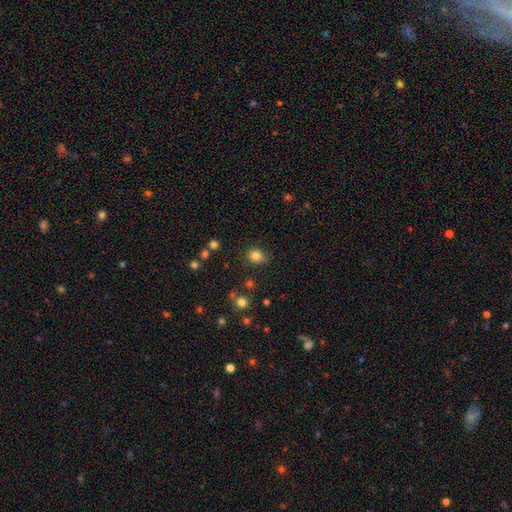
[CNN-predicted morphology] Smooth or featured?
  - smooth: 83% *
  - star or artifact: 11%
  - featured or disk: 6%
How rounded?
  - in between: 55% *
  - round: 44%
  - cigar-shaped: 1%
Merging?
  - none: 77% *
  - minor disturbance: 16%
  - major disturbance: 4%
  - merger: 3%